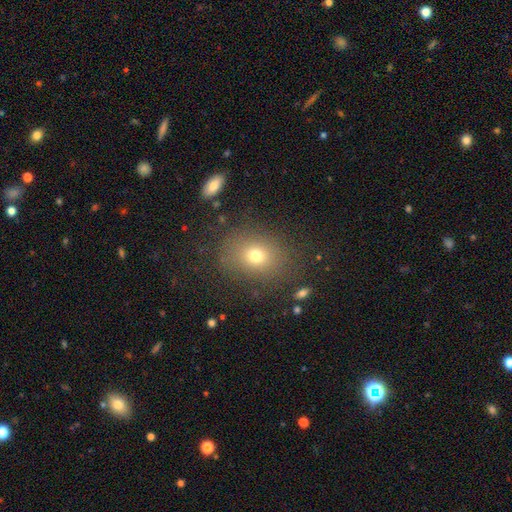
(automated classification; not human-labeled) A smooth galaxy with no disk features (72%) that is round (50%). Merging: none (82%).